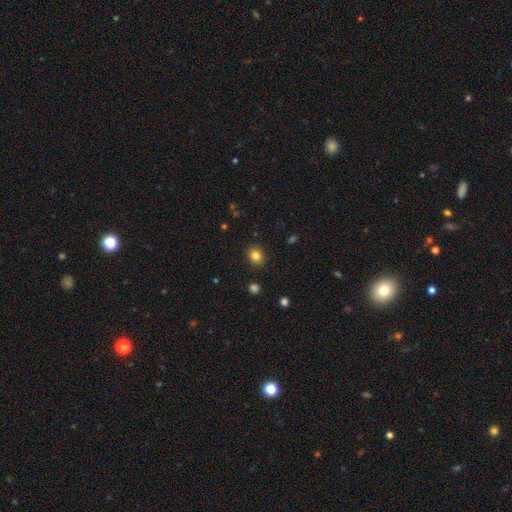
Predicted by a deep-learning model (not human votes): The model was most divided on "how rounded": round: 66%, in between: 33%, cigar-shaped: 1%. More confident: merging — none (89%); smooth or featured — smooth (82%).